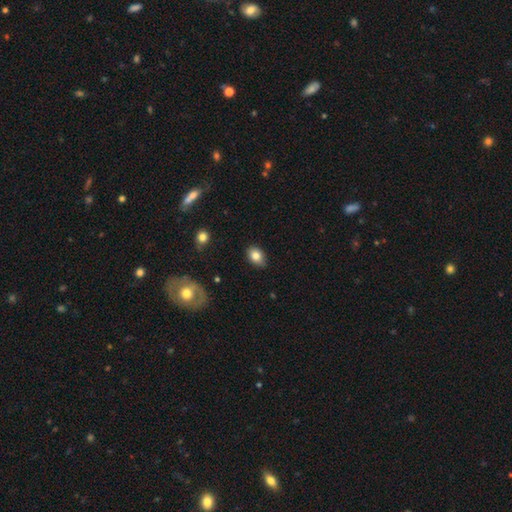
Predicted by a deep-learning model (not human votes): Morphology: type=smooth (82%); roundness=in between (75%); merging=none (82%).